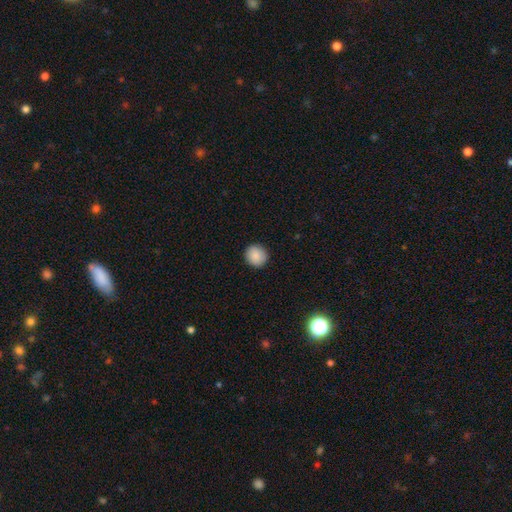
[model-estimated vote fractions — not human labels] Overall: smooth (89%). How rounded: round (92%). Merging: none (92%).